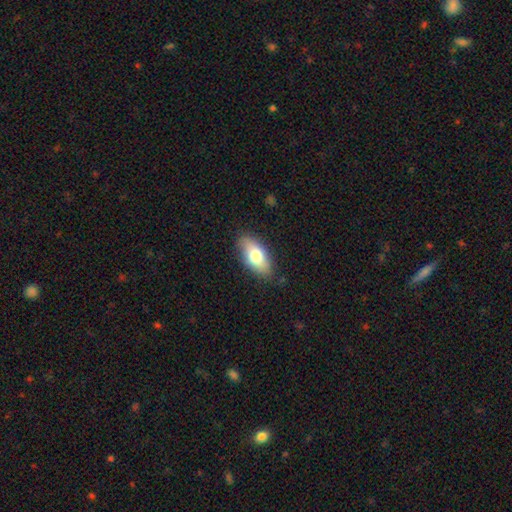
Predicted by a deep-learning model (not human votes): Smooth or featured?
  - smooth: 74% *
  - featured or disk: 20%
  - star or artifact: 7%
How rounded?
  - in between: 88% *
  - cigar-shaped: 8%
  - round: 4%
Merging?
  - none: 82% *
  - minor disturbance: 14%
  - major disturbance: 3%
  - merger: 1%